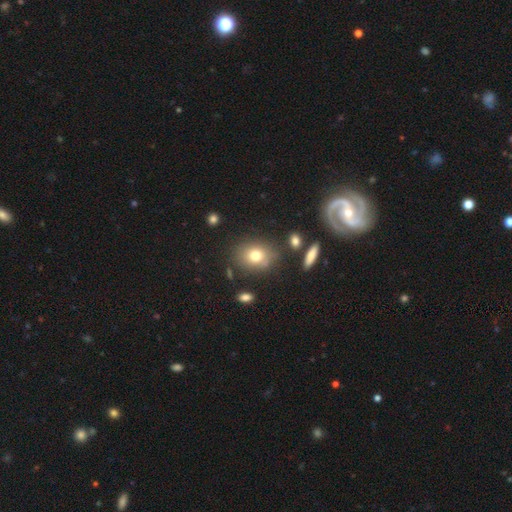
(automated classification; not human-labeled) Morphology: type=smooth (75%); roundness=round (53%); merging=none (77%).